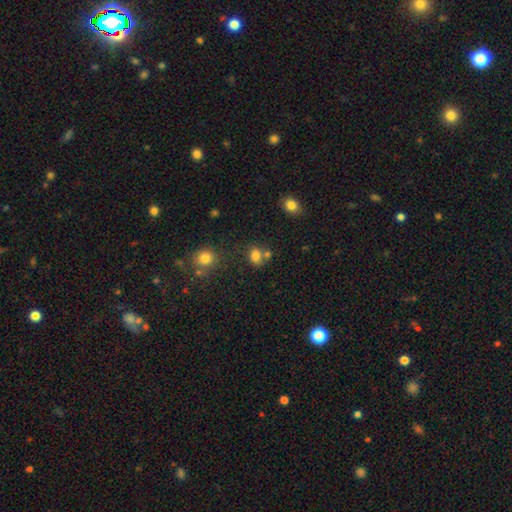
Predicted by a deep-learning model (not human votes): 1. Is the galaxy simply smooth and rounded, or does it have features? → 79% smooth, 13% star or artifact, 7% featured or disk.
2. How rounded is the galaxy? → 53% in between, 46% round, 1% cigar-shaped.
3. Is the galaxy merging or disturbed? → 55% none, 26% merger, 15% minor disturbance, 5% major disturbance.